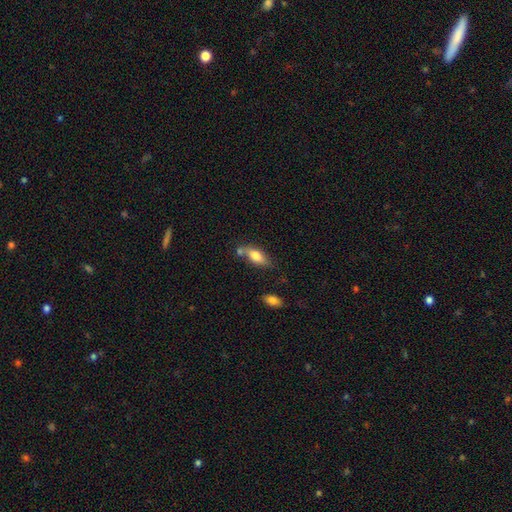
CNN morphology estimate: smooth_or_featured: smooth (p=0.72) [alt: featured or disk p=0.21]
how_rounded: in between (p=0.76) [alt: cigar-shaped p=0.21]
merging: none (p=0.57) [alt: merger p=0.19]